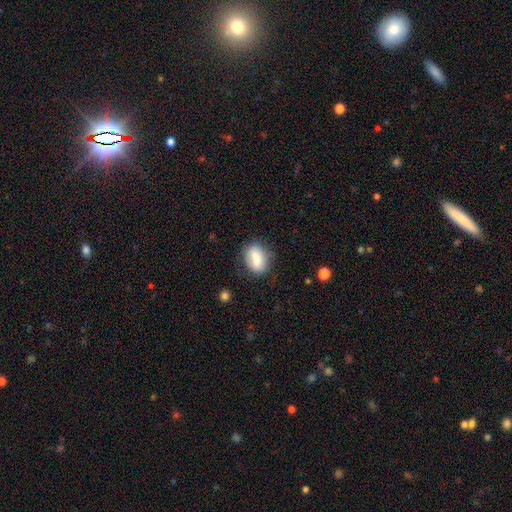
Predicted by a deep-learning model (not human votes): A smooth galaxy with no disk features (79%) that is in between round and cigar-shaped (74%). Merging: none (76%).